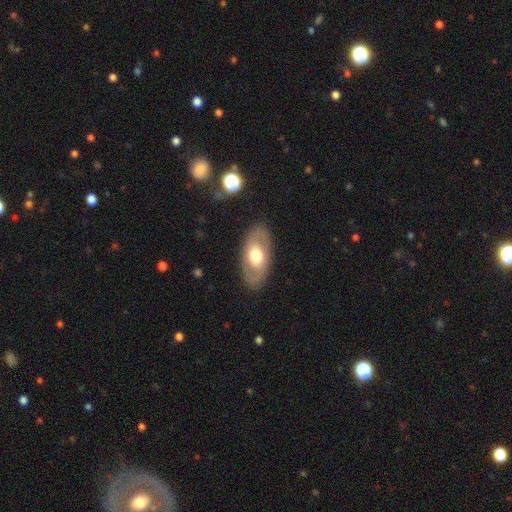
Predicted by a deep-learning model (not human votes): Overall: featured or disk (48%; smooth 46%). Merging: none (85%).